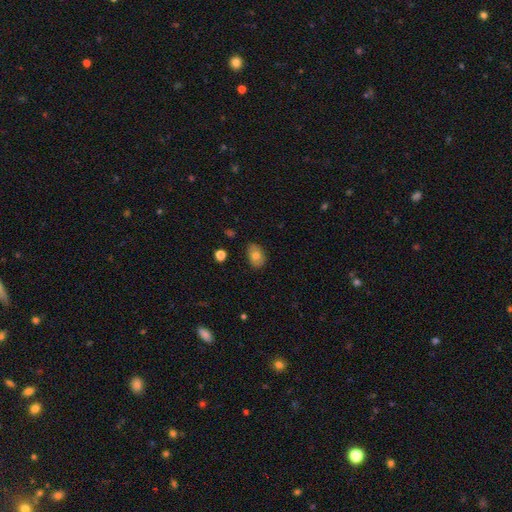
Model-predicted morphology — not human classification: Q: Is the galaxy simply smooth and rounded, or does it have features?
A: smooth — 74%.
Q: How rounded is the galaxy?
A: in between — 77%.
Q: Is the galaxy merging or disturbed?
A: none — 78%.